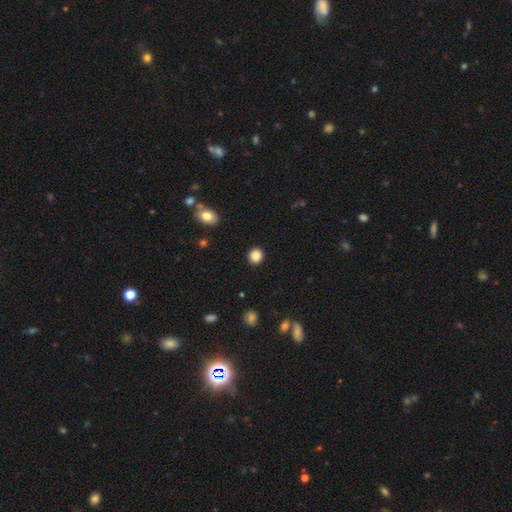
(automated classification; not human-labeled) Morphology: type=smooth (88%); roundness=round (88%); merging=none (92%).